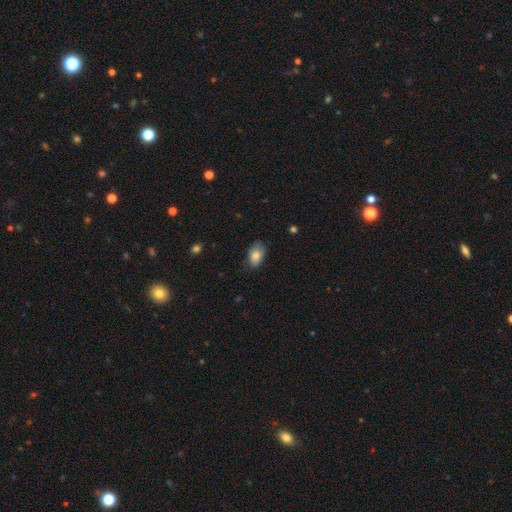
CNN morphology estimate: Overall: smooth (81%). How rounded: in between (89%). Merging: none (74%).